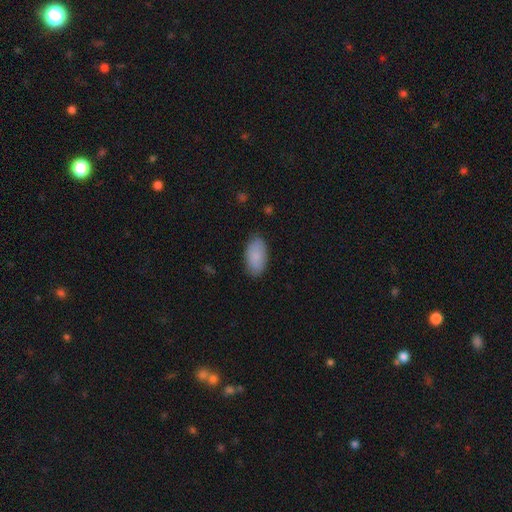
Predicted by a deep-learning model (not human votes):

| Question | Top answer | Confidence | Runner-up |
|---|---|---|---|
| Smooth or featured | smooth | 86% | featured or disk (8%) |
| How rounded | in between | 94% | round (3%) |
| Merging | none | 84% | minor disturbance (13%) |